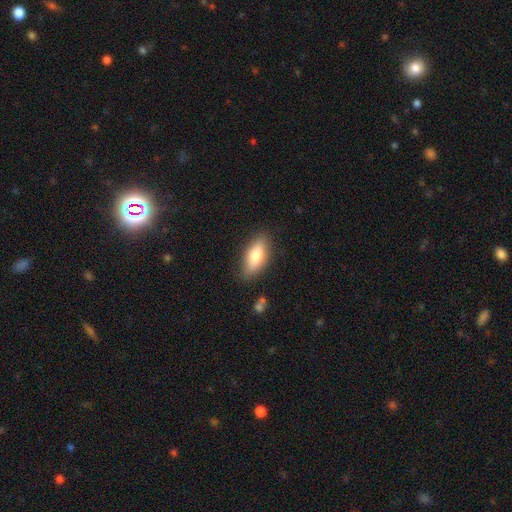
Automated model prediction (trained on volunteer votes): Smooth or featured: smooth — 77% (featured or disk — 17%)
How rounded: in between — 77% (cigar-shaped — 20%)
Merging: none — 82% (minor disturbance — 13%)